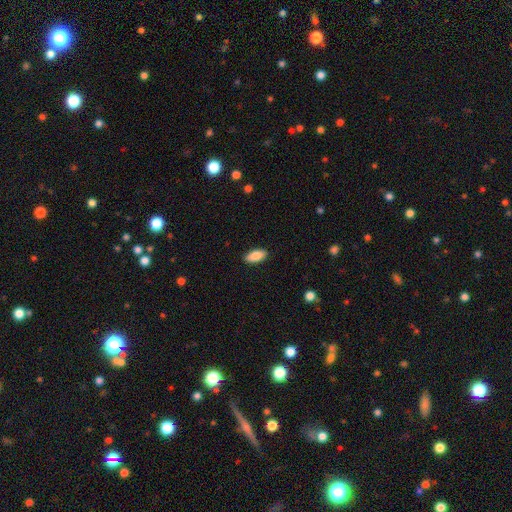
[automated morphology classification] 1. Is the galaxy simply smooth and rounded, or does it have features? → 85% smooth, 9% featured or disk, 6% star or artifact.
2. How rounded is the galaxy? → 87% in between, 11% cigar-shaped, 2% round.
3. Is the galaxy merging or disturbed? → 89% none, 8% minor disturbance, 2% major disturbance, 1% merger.